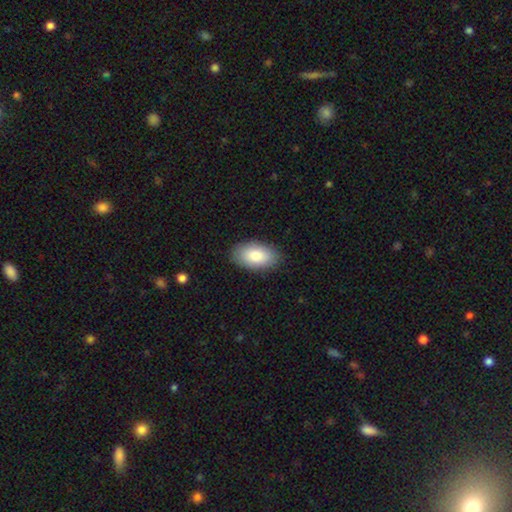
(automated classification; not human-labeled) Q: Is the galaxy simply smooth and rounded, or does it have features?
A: smooth — 85%.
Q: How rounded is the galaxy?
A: in between — 95%.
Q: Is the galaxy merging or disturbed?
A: none — 88%.